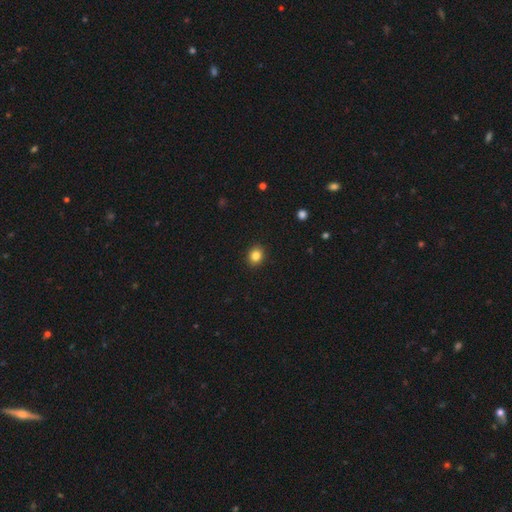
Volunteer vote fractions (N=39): This appears to be a smooth galaxy with no disk features (85%) that is round (70%). Merging: none (80%).